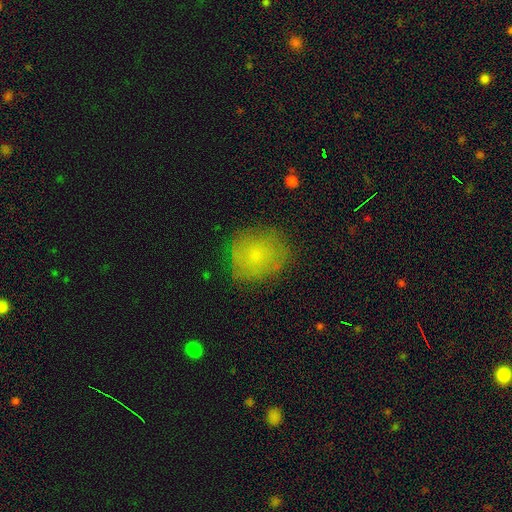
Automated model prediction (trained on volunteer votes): Overall: smooth (69%). How rounded: round (78%). Merging: none (73%).